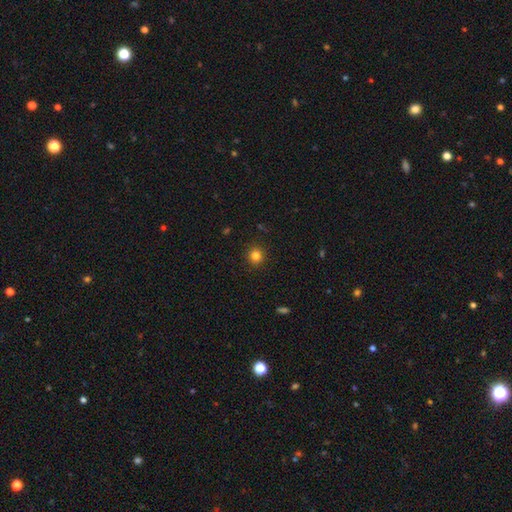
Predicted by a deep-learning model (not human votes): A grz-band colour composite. It shows a smooth galaxy with no disk features (82%) that is round (92%). Merging: none (91%).